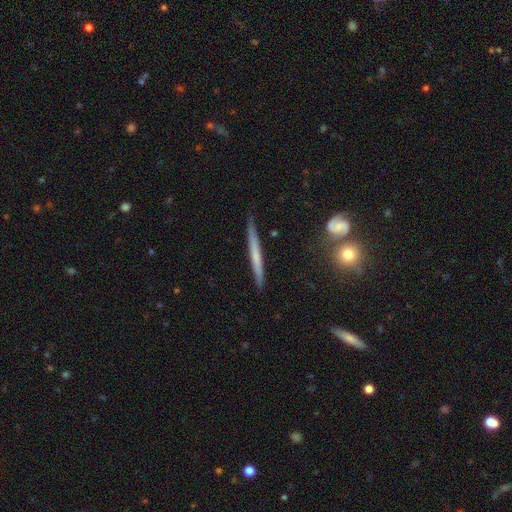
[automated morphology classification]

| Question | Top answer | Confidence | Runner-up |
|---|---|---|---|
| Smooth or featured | featured or disk | 52% | smooth (42%) |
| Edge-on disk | yes | 95% | no (5%) |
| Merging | none | 85% | minor disturbance (11%) |